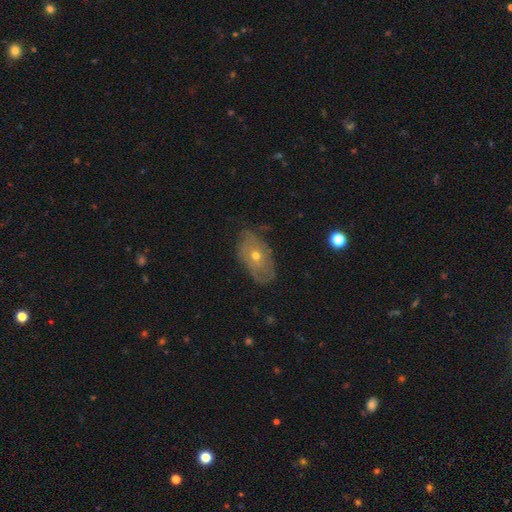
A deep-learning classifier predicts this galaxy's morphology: Smooth or featured? featured or disk (64%)
Edge-on disk? no (91%)
Bar? no (89%)
Spiral arms? yes (58%)
Bulge size? moderate (58%)
Merging? none (69%)